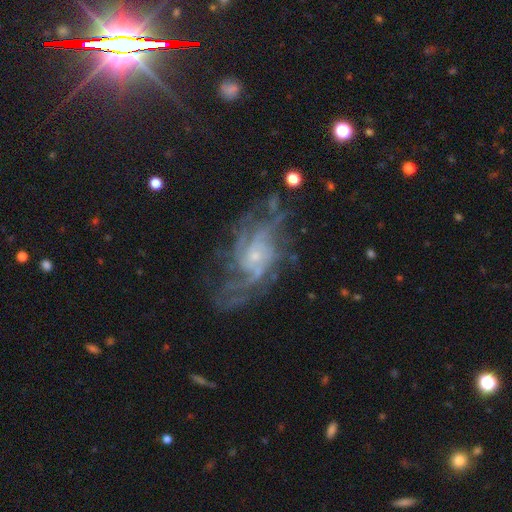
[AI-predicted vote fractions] featured or disk 86%, star or artifact 8%, smooth 6%. Down the decision tree: edge-on disk — no (96%); bar — no (72%); spiral arms — yes (94%); spiral arm count — can't tell (29%); spiral winding — medium (43%); bulge size — small (76%); merging — none (62%).